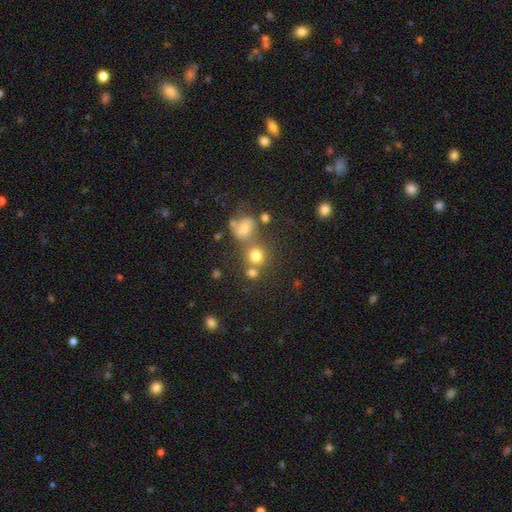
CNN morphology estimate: Smooth or featured?
  - smooth: 74% *
  - star or artifact: 15%
  - featured or disk: 10%
How rounded?
  - round: 84% *
  - in between: 15%
  - cigar-shaped: 1%
Merging?
  - none: 55% *
  - merger: 30%
  - minor disturbance: 10%
  - major disturbance: 6%